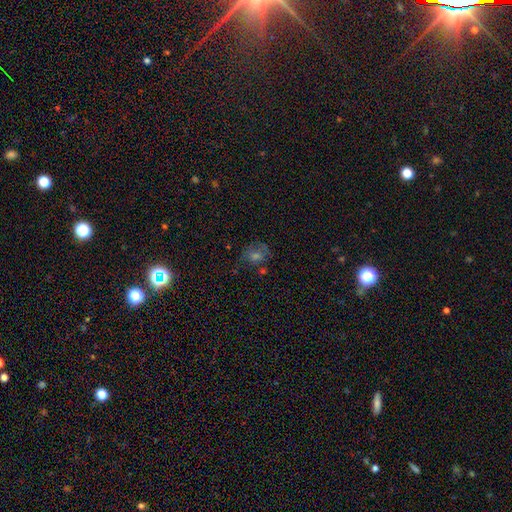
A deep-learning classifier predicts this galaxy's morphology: type=smooth (37%); merging=none (63%).